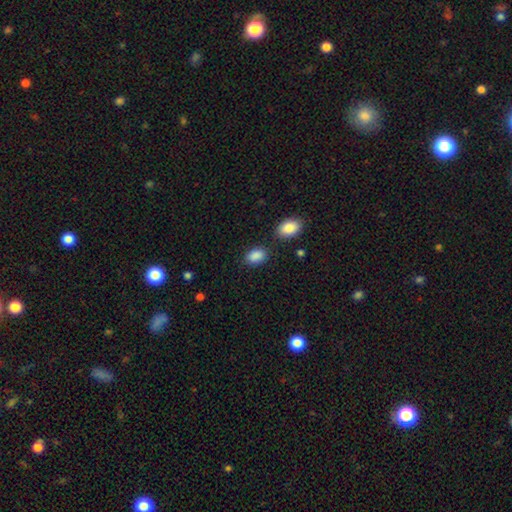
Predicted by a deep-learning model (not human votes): smooth-or-featured: smooth: 89% | star or artifact: 8% | featured or disk: 4%
  how-rounded: in between: 89% | round: 10% | cigar-shaped: 1%
  merging: none: 77% | minor disturbance: 13% | merger: 6% | major disturbance: 4%